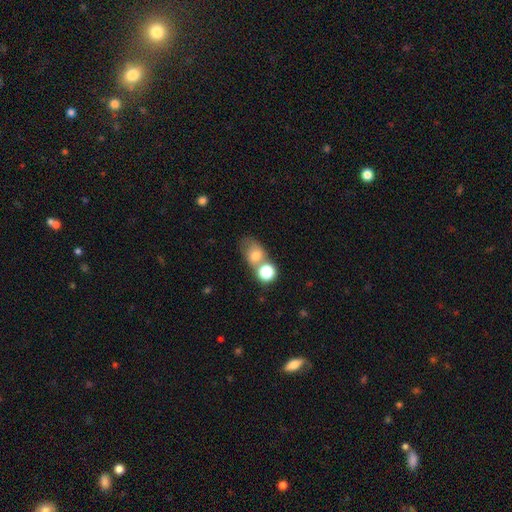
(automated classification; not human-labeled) This is likely a smooth galaxy (71%). How rounded: likely in between (61%). Merging: marginally merger (42%).